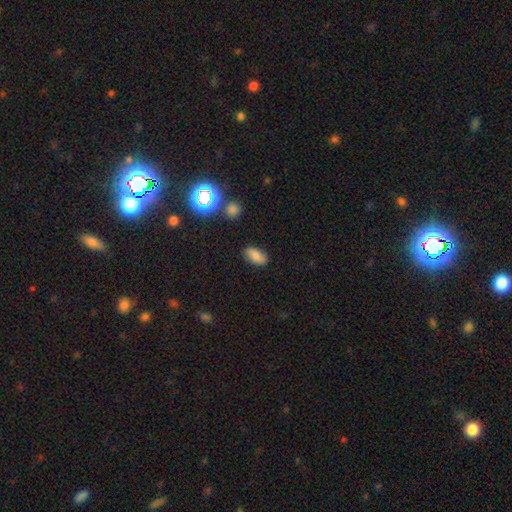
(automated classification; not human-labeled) Smooth or featured? Predicted: smooth (p=0.80). How rounded? Predicted: in between (p=0.91). Merging? Predicted: none (p=0.85).